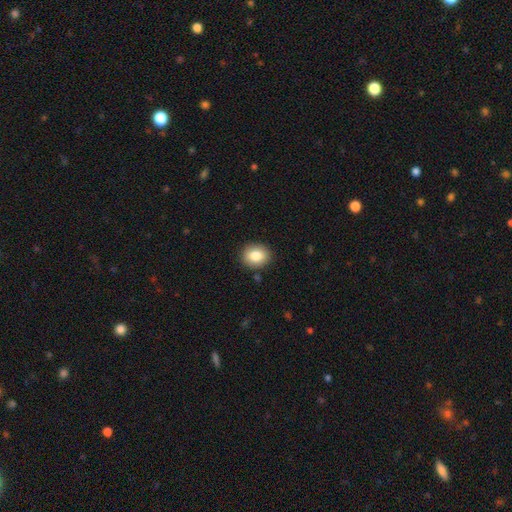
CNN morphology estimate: Overall: smooth (84%). How rounded: round (58%; in between 41%). Merging: none (88%).